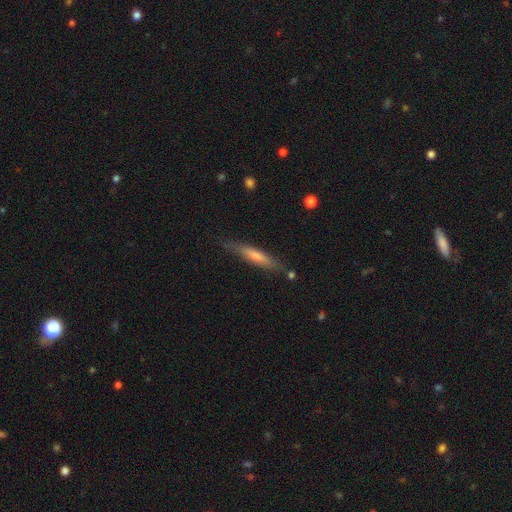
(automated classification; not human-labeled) smooth_or_featured: smooth (p=0.53) [alt: featured or disk p=0.40]
how_rounded: cigar-shaped (p=0.90) [alt: in between p=0.09]
merging: none (p=0.78) [alt: minor disturbance p=0.16]